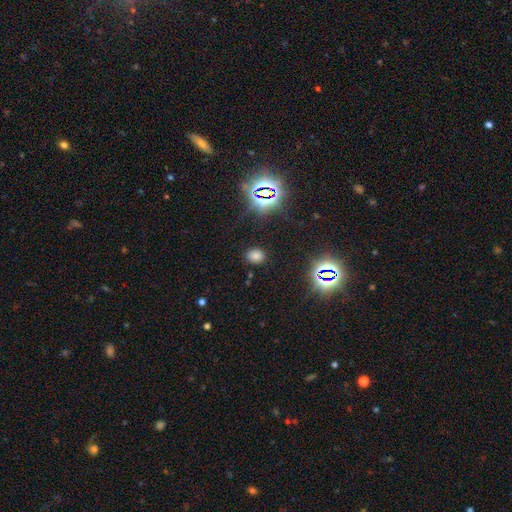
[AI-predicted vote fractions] Morphology: type=smooth (67%); roundness=in between (54%); merging=none (86%).